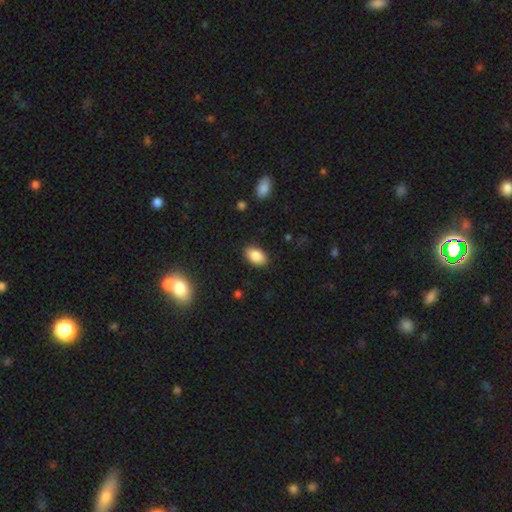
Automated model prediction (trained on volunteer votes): smooth_or_featured: smooth (p=0.86) [alt: star or artifact p=0.08]
how_rounded: in between (p=0.92) [alt: round p=0.07]
merging: none (p=0.87) [alt: minor disturbance p=0.10]